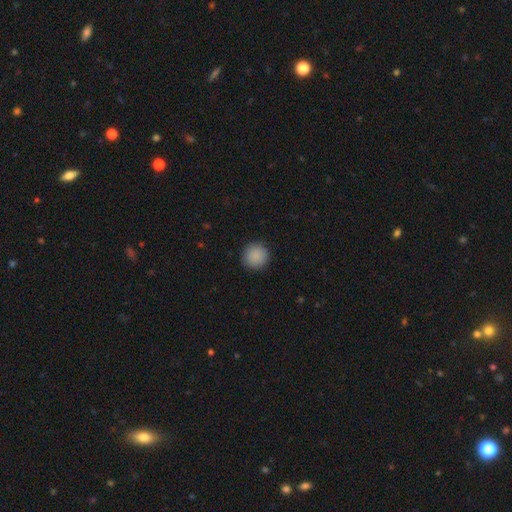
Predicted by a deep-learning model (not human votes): Smooth or featured: smooth — 88% (star or artifact — 8%)
How rounded: round — 94% (in between — 5%)
Merging: none — 91% (minor disturbance — 6%)